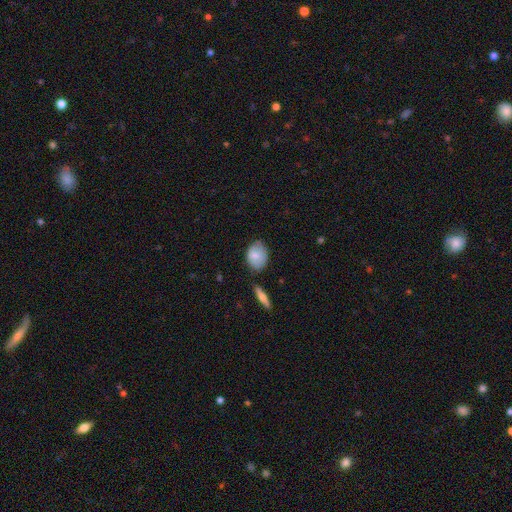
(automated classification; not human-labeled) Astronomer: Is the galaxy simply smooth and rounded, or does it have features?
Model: smooth — 76%.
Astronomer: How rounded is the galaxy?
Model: in between — 73%.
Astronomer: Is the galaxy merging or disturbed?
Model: none — 66%.